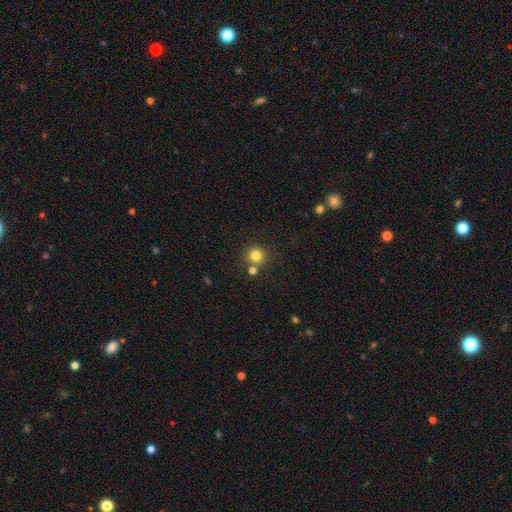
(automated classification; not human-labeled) Smooth or featured? smooth (81%)
How rounded? round (93%)
Merging? none (75%)